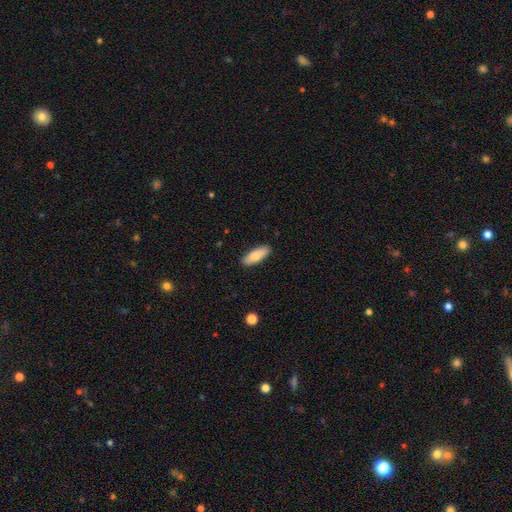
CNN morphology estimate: This appears to be a smooth galaxy with no disk features (80%) that is in between round and cigar-shaped (70%). Merging: none (89%).